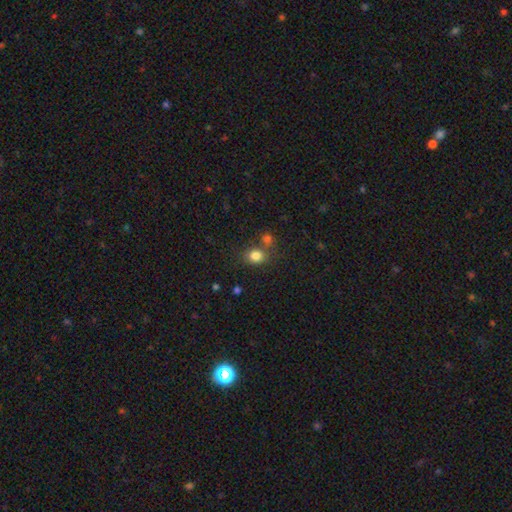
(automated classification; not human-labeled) A smooth galaxy with no disk features (82%) that is round (58%). Merging: none (63%).